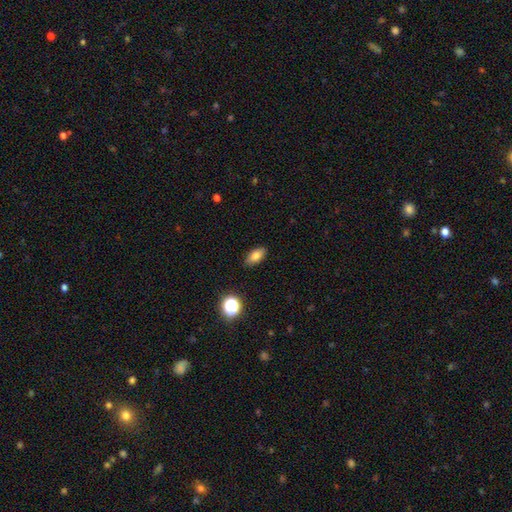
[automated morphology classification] smooth_or_featured: smooth (p=0.80) [alt: star or artifact p=0.10]
how_rounded: in between (p=0.87) [alt: round p=0.07]
merging: none (p=0.87) [alt: minor disturbance p=0.10]